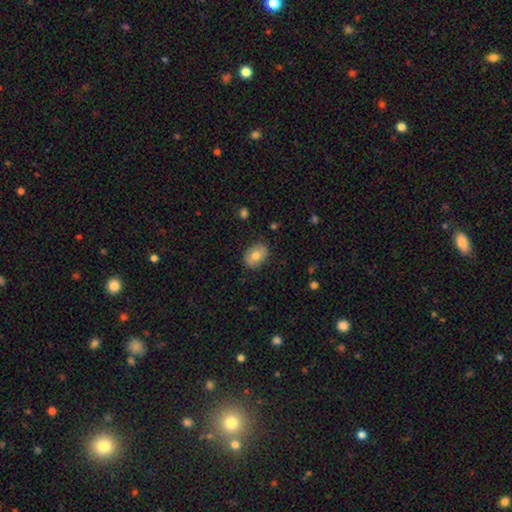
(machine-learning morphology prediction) A smooth galaxy with no disk features (75%) that is in between round and cigar-shaped (73%).

Vote fractions:
- Smooth or featured? smooth: 75% / featured or disk: 18% / star or artifact: 8%
- How rounded? in between: 73% / round: 26% / cigar-shaped: 1%
- Merging? none: 82% / minor disturbance: 14% / major disturbance: 3% / merger: 1%